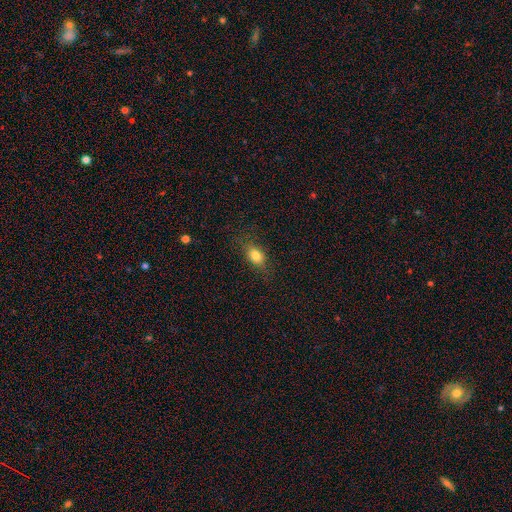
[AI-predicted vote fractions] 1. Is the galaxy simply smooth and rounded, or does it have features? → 80% smooth, 10% star or artifact, 10% featured or disk.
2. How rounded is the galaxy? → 73% in between, 22% round, 5% cigar-shaped.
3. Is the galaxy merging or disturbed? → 77% none, 16% minor disturbance, 6% major disturbance, 1% merger.